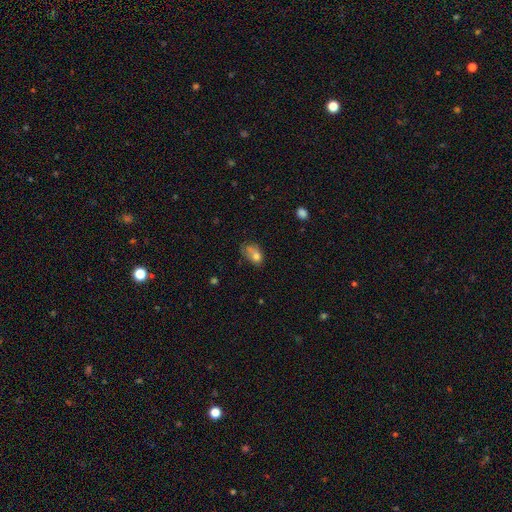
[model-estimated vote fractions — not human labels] Smooth or featured? Predicted: smooth (p=0.68). How rounded? Predicted: in between (p=0.78). Merging? Predicted: none (p=0.31).